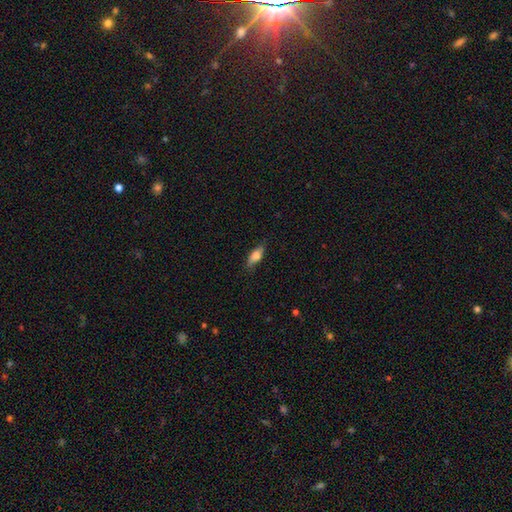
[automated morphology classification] type=smooth (75%); roundness=in between (70%); merging=none (78%).